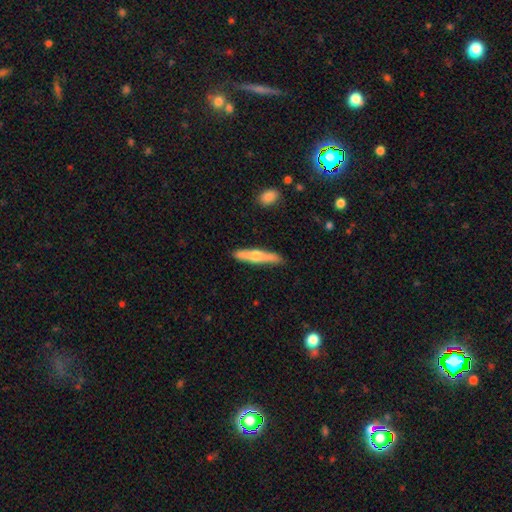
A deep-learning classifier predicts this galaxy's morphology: This is possibly a featured or disk galaxy (49%). Merging: clearly none (88%).